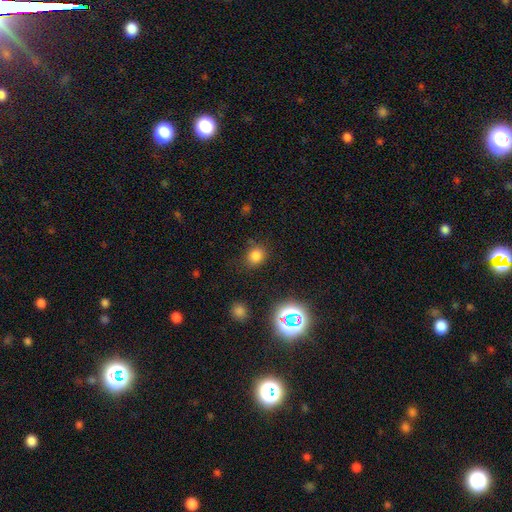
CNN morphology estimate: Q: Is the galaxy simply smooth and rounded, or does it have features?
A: smooth — 77%.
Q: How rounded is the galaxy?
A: round — 71%.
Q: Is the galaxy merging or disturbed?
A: none — 78%.